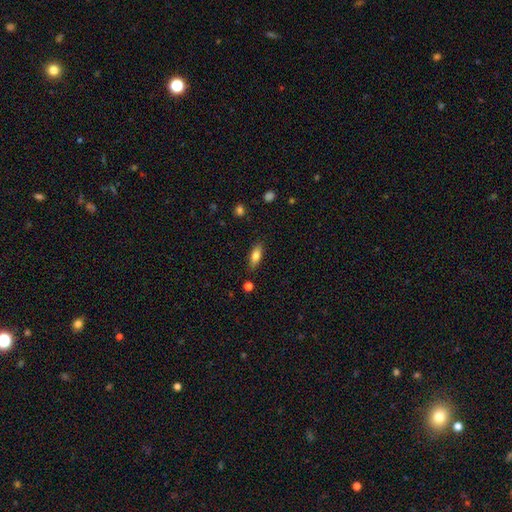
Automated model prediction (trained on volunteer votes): Smooth or featured? Predicted: smooth (p=0.71). How rounded? Predicted: in between (p=0.68). Merging? Predicted: none (p=0.84).